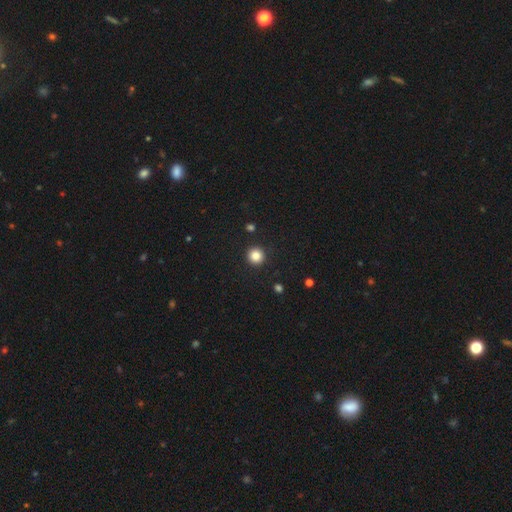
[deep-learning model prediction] Smooth or featured?
  - smooth: 85% *
  - star or artifact: 11%
  - featured or disk: 4%
How rounded?
  - round: 95% *
  - in between: 4%
  - cigar-shaped: 1%
Merging?
  - none: 93% *
  - minor disturbance: 4%
  - major disturbance: 2%
  - merger: 1%